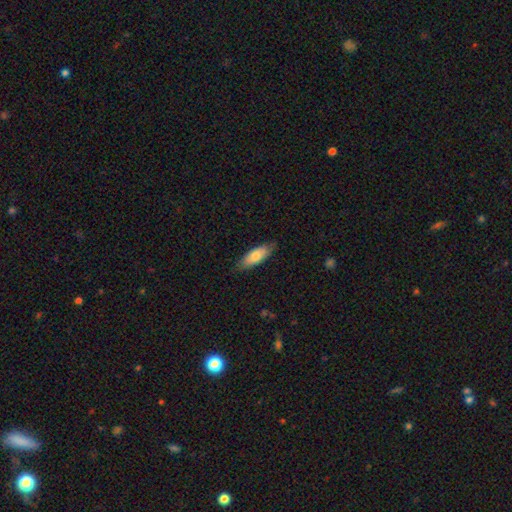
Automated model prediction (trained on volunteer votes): A smooth galaxy with no disk features (73%) that is in between round and cigar-shaped (70%). Merging: none (81%).